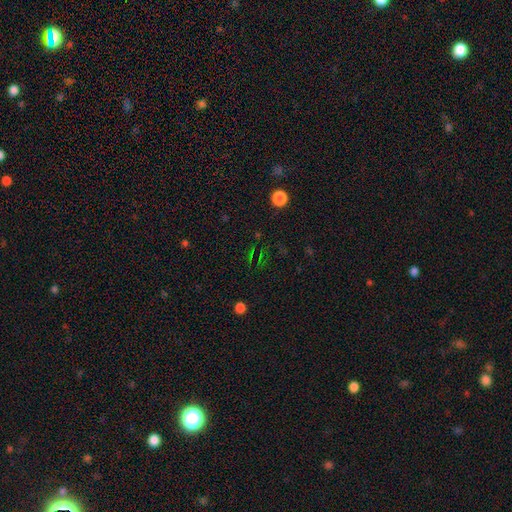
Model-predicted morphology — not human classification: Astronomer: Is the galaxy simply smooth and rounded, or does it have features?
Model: star or artifact — 69%.